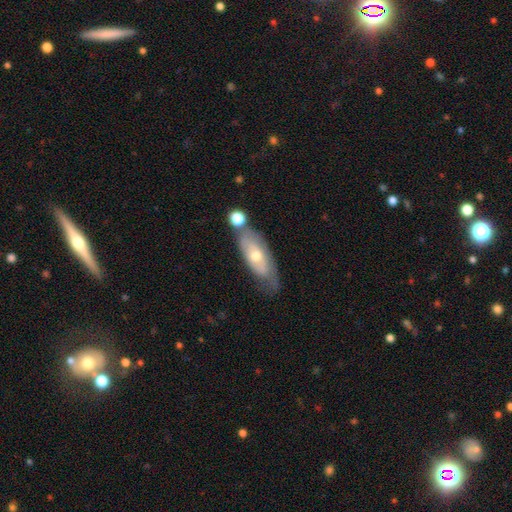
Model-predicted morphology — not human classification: smooth-or-featured: featured or disk: 50% | smooth: 43% | star or artifact: 7%
  merging: none: 52% | minor disturbance: 25% | merger: 14% | major disturbance: 9%